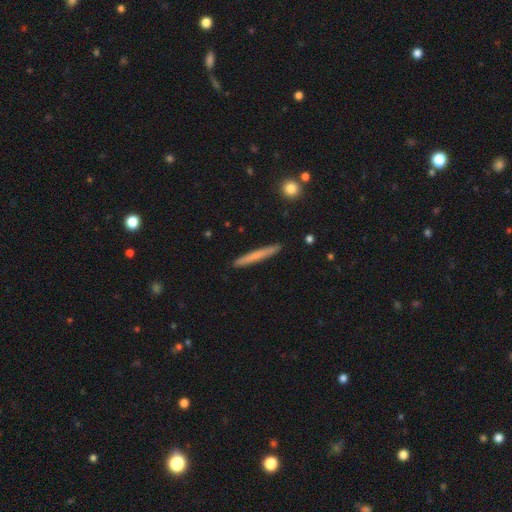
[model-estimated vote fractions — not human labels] Smooth or featured: smooth — 64% (featured or disk — 30%)
How rounded: cigar-shaped — 97% (in between — 2%)
Merging: none — 91% (minor disturbance — 6%)